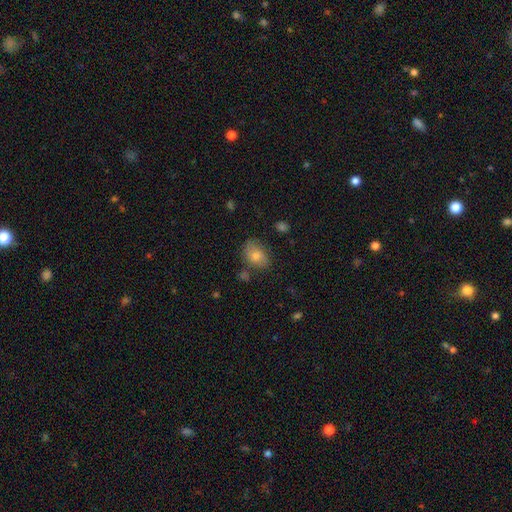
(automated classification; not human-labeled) Q: Smooth or featured?
A: smooth (68%); runner-up: featured or disk (22%)
Q: How rounded?
A: in between (74%); runner-up: round (25%)
Q: Merging?
A: none (65%); runner-up: minor disturbance (24%)